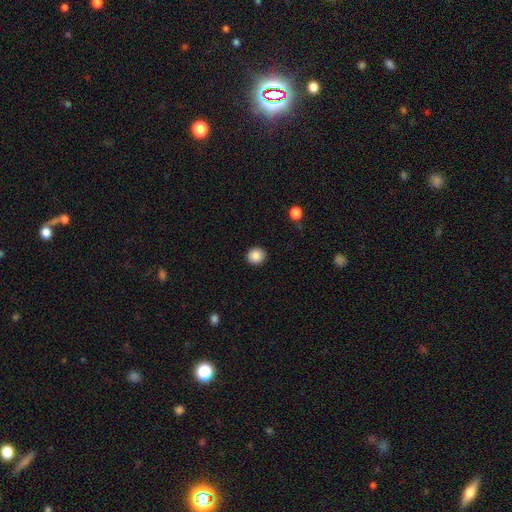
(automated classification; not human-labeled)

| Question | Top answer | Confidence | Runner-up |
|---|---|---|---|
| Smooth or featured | smooth | 88% | star or artifact (9%) |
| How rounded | round | 90% | in between (9%) |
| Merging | none | 92% | minor disturbance (5%) |